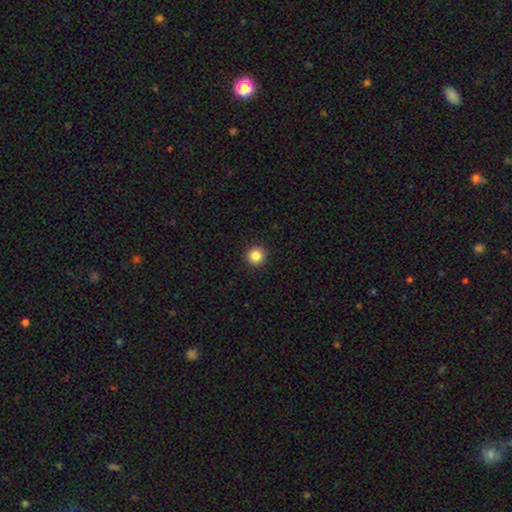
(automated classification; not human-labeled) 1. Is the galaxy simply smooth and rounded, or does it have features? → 86% smooth, 10% star or artifact, 4% featured or disk.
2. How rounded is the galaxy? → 95% round, 4% in between, 1% cigar-shaped.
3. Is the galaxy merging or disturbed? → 94% none, 4% minor disturbance, 1% major disturbance, 1% merger.